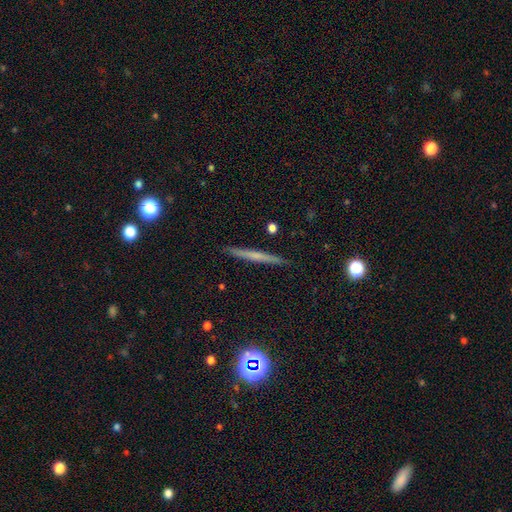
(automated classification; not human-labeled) The model was most divided on "smooth or featured": featured or disk: 48%, smooth: 43%, star or artifact: 9%. More confident: merging — none (91%).